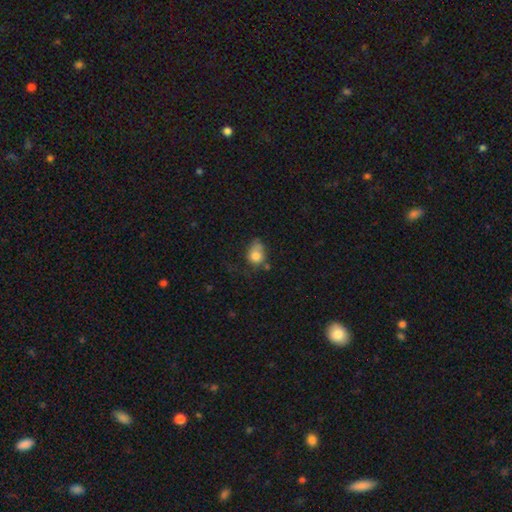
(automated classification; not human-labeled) Smooth or featured? Predicted: smooth (p=0.77). How rounded? Predicted: in between (p=0.54). Merging? Predicted: minor disturbance (p=0.33).